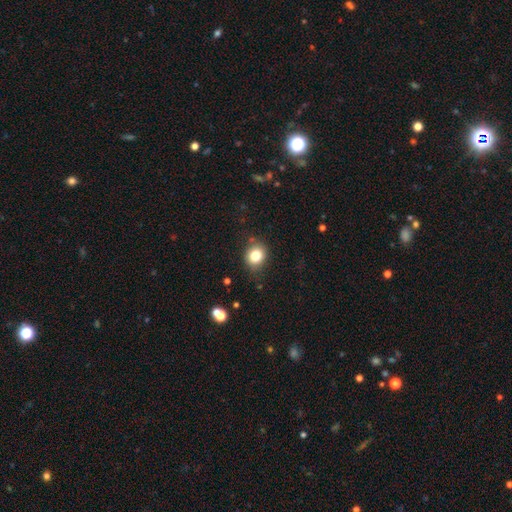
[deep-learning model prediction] Morphology: type=smooth (81%); roundness=round (69%); merging=none (82%).